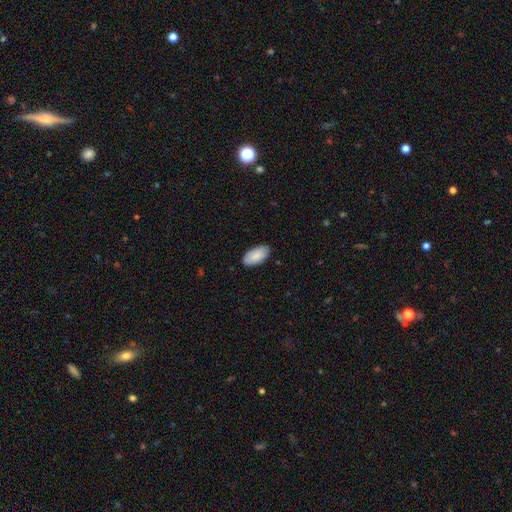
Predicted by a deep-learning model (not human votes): Q: Smooth or featured?
A: smooth (87%); runner-up: featured or disk (7%)
Q: How rounded?
A: in between (95%); runner-up: cigar-shaped (3%)
Q: Merging?
A: none (85%); runner-up: minor disturbance (12%)